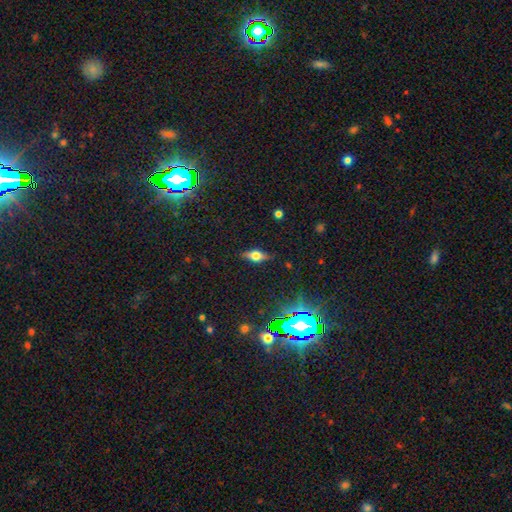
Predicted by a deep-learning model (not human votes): Overall: featured or disk (45%; smooth 42%). Merging: none (84%).